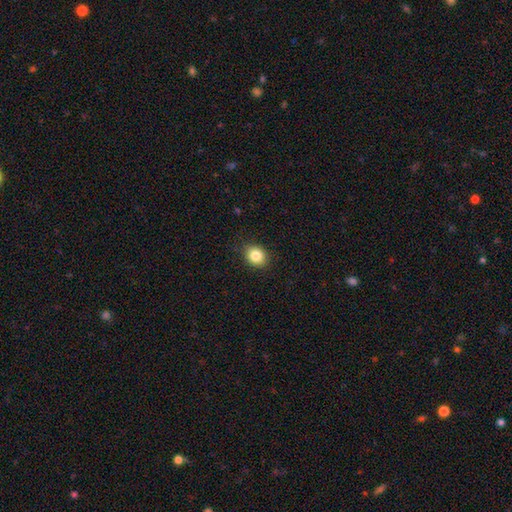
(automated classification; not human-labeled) Overall: smooth (84%). How rounded: round (64%; in between 35%). Merging: none (87%).